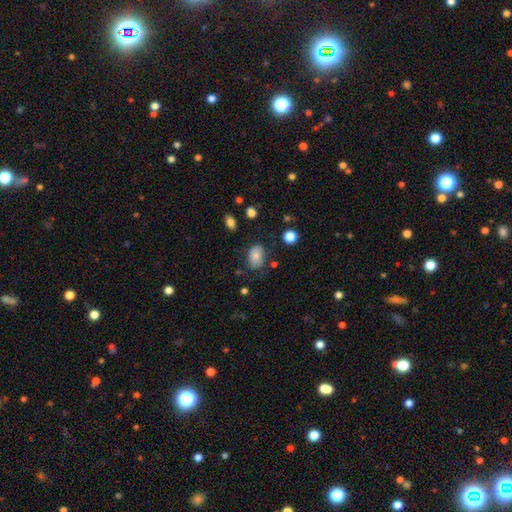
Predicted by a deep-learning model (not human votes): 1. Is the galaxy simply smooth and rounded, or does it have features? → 80% smooth, 11% featured or disk, 9% star or artifact.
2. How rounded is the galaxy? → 82% in between, 17% round, 1% cigar-shaped.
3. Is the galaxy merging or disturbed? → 63% none, 26% minor disturbance, 8% major disturbance, 3% merger.